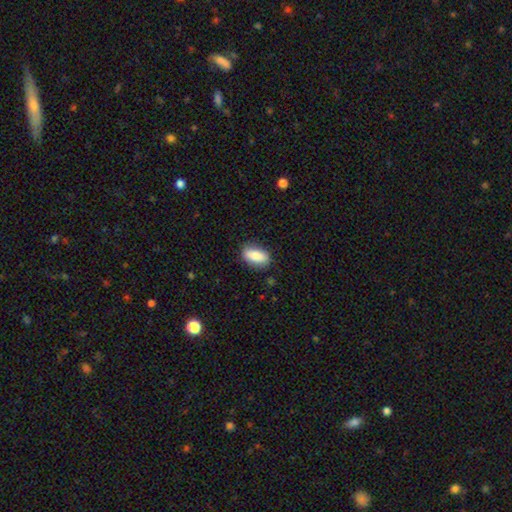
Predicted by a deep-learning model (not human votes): Smooth or featured: smooth — 84% (featured or disk — 9%)
How rounded: in between — 88% (cigar-shaped — 7%)
Merging: none — 84% (minor disturbance — 12%)